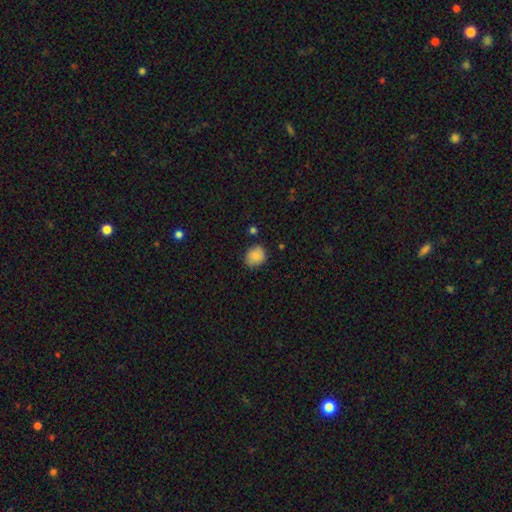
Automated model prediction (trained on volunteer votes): Morphology: type=smooth (85%); roundness=round (73%); merging=none (81%).